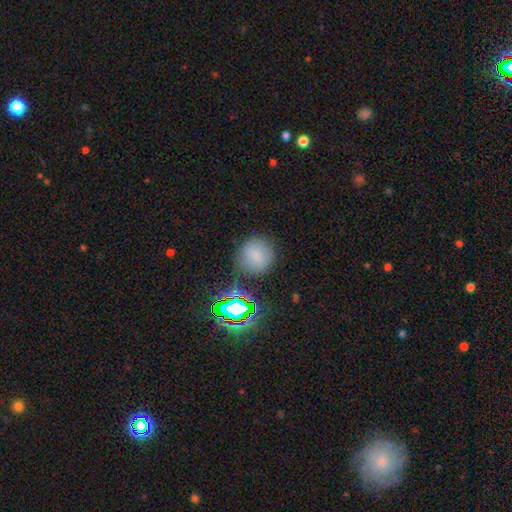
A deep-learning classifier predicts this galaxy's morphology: smooth_or_featured: smooth (p=0.71) [alt: star or artifact p=0.20]
how_rounded: round (p=0.93) [alt: in between p=0.06]
merging: none (p=0.81) [alt: minor disturbance p=0.11]